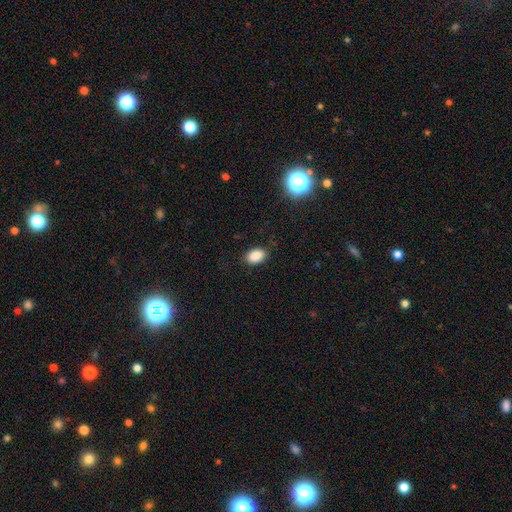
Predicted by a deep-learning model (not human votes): smooth 88%, star or artifact 9%, featured or disk 3%. Down the decision tree: how rounded — in between (85%); merging — none (85%).